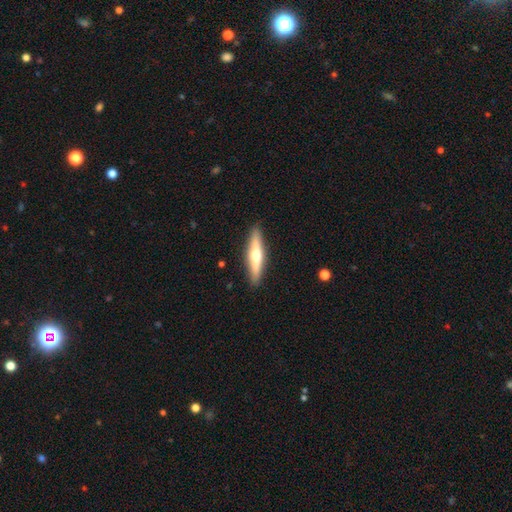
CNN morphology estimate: Overall: featured or disk (51%; smooth 44%). Edge-on disk: yes (94%). Merging: none (90%).